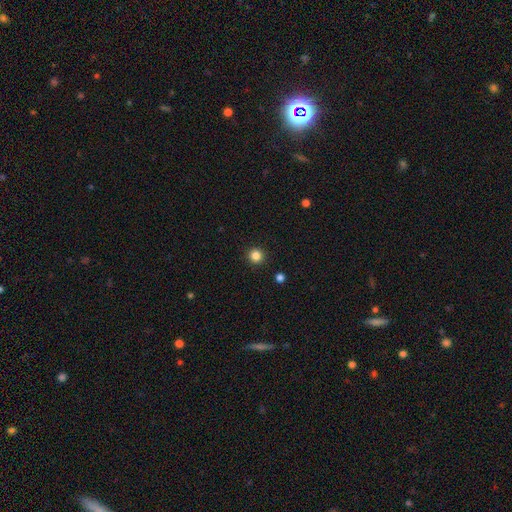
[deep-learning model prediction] A smooth galaxy with no disk features (84%) that is round (95%). Merging: none (93%).